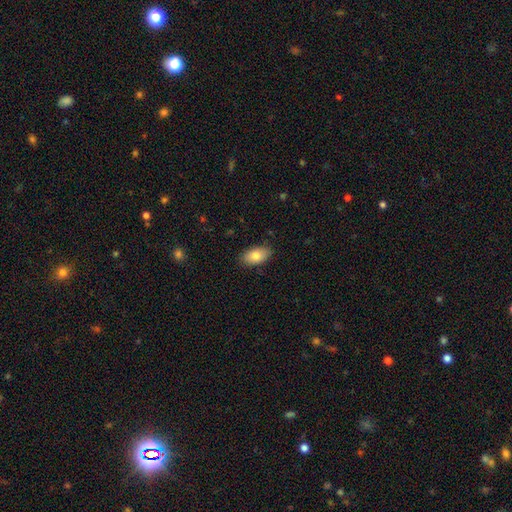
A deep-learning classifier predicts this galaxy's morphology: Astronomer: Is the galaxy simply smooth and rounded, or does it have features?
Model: smooth — 81%.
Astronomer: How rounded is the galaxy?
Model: in between — 93%.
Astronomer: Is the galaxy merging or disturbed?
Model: none — 86%.